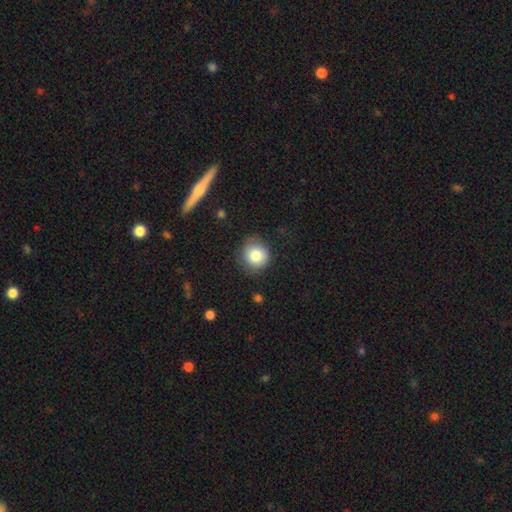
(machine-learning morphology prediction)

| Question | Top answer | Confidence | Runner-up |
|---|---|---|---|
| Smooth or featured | smooth | 82% | featured or disk (9%) |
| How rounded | round | 88% | in between (11%) |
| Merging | none | 76% | minor disturbance (18%) |